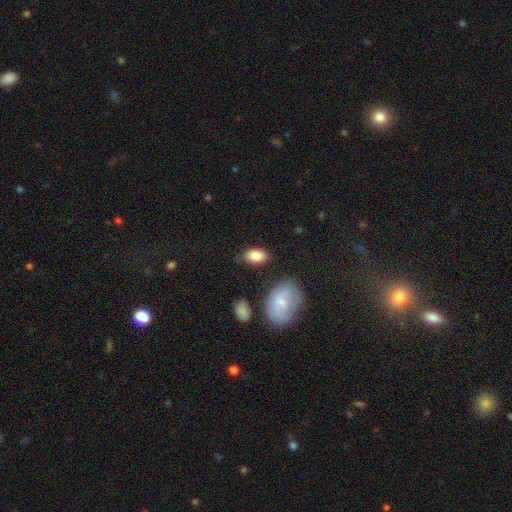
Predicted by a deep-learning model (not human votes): smooth_or_featured: smooth (p=0.84) [alt: featured or disk p=0.09]
how_rounded: in between (p=0.91) [alt: round p=0.07]
merging: none (p=0.67) [alt: minor disturbance p=0.23]